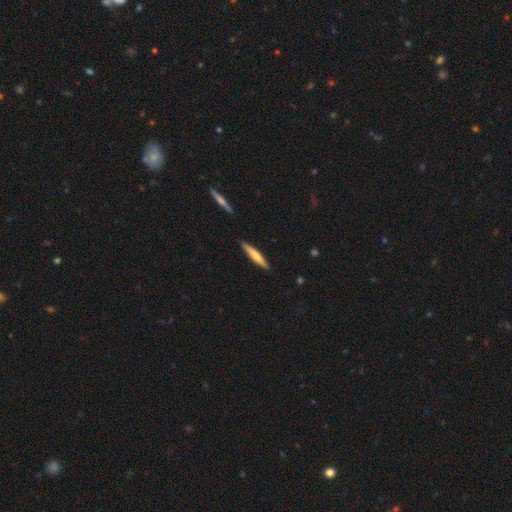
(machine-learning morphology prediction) Overall: smooth (63%; featured or disk 32%). How rounded: cigar-shaped (91%). Merging: none (89%).